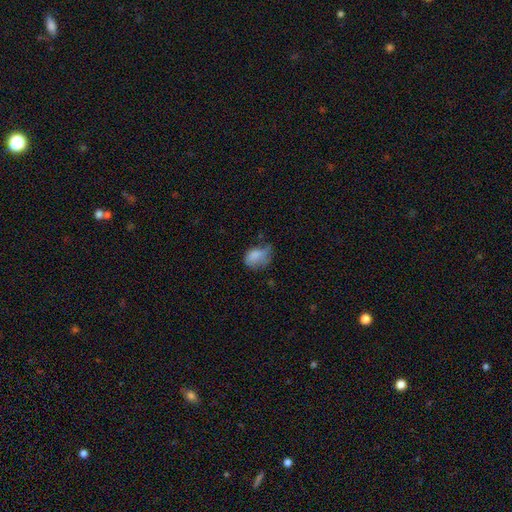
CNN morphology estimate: The model was most divided on "merging": minor disturbance: 38%, none: 30%, major disturbance: 28%, merger: 3%. More confident: how rounded — in between (78%); smooth or featured — smooth (76%).